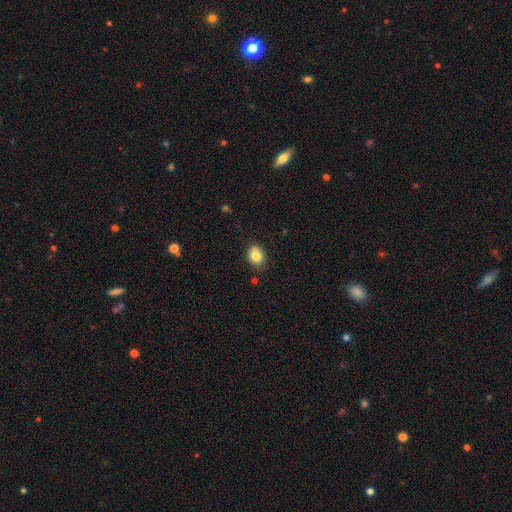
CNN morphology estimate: This is clearly a smooth galaxy (82%). How rounded: possibly in between (53%). Merging: likely none (73%).